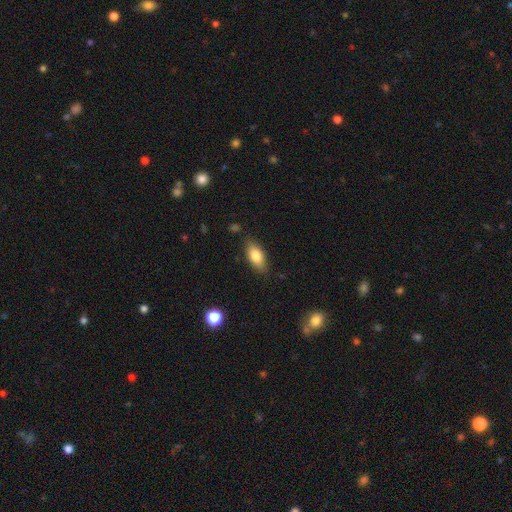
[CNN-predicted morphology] This is likely a smooth galaxy (79%). How rounded: clearly in between (86%). Merging: clearly none (82%).